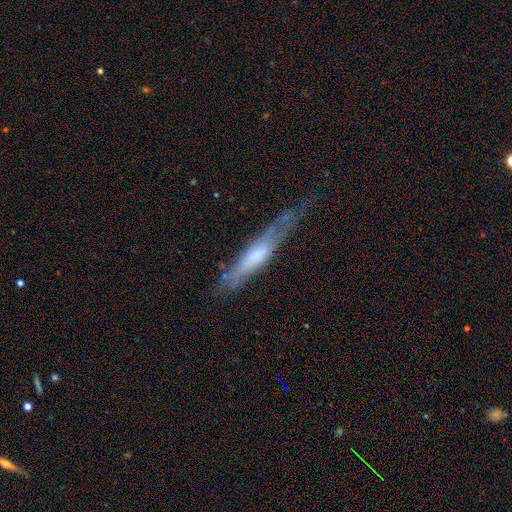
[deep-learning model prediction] Smooth or featured: featured or disk — 51% (smooth — 43%)
Edge-on disk: yes — 77% (no — 23%)
Merging: none — 52% (minor disturbance — 29%)